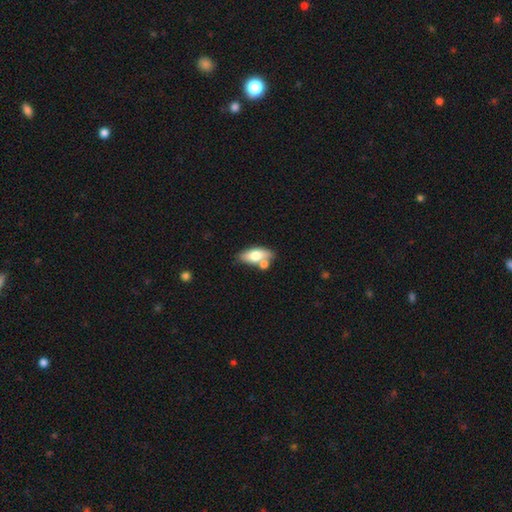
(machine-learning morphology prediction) A smooth galaxy with no disk features (66%) that is in between round and cigar-shaped (82%).

Vote fractions:
- Smooth or featured? smooth: 66% / featured or disk: 27% / star or artifact: 6%
- How rounded? in between: 82% / cigar-shaped: 14% / round: 4%
- Merging? none: 59% / merger: 23% / minor disturbance: 14% / major disturbance: 4%